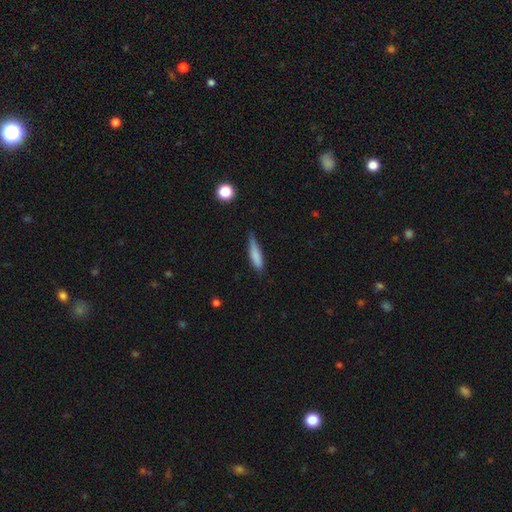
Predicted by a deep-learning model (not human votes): Smooth or featured? Predicted: smooth (p=0.80). How rounded? Predicted: cigar-shaped (p=0.78). Merging? Predicted: none (p=0.56).